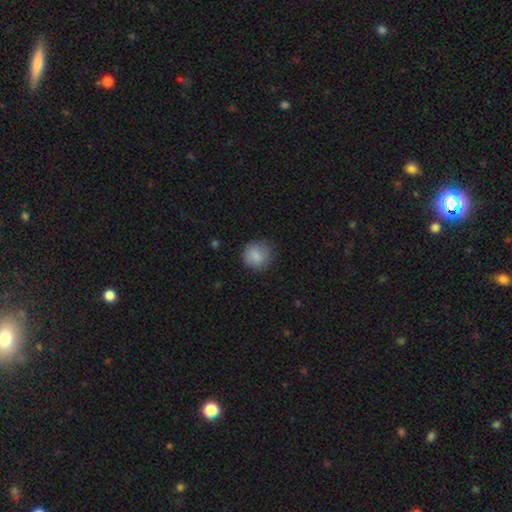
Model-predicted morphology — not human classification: smooth 85%, star or artifact 8%, featured or disk 7%. Down the decision tree: how rounded — round (91%); merging — none (78%).